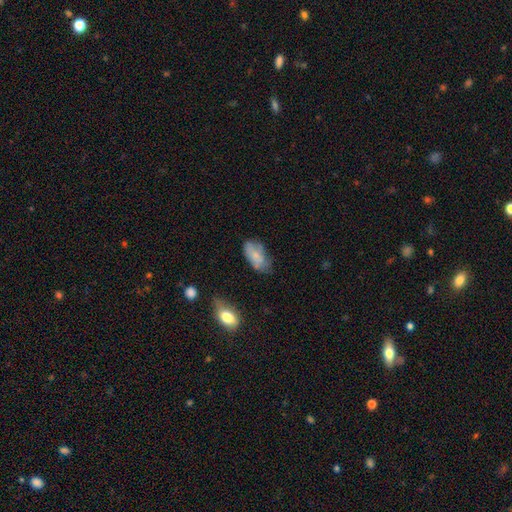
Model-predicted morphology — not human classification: Smooth or featured?
  - smooth: 72% *
  - featured or disk: 20%
  - star or artifact: 8%
How rounded?
  - in between: 92% *
  - cigar-shaped: 4%
  - round: 4%
Merging?
  - none: 48% *
  - minor disturbance: 34%
  - major disturbance: 13%
  - merger: 4%